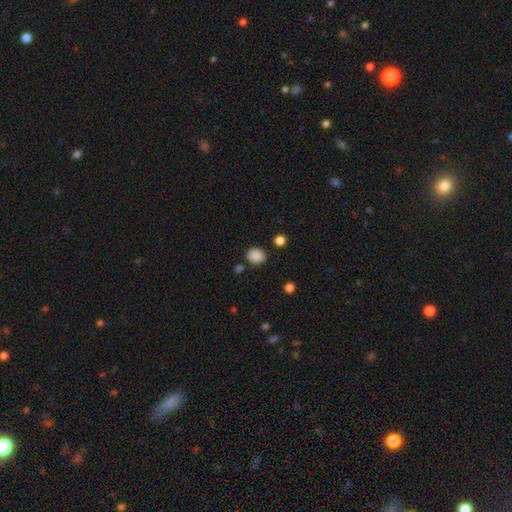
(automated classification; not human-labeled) Overall: smooth (86%). How rounded: round (59%; in between 40%). Merging: none (80%).